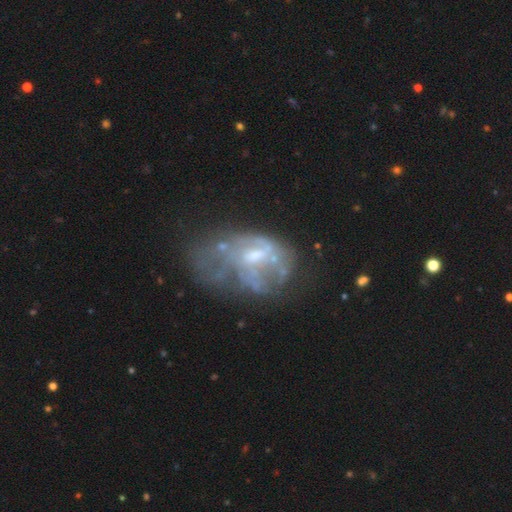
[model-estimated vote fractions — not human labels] featured or disk 69%, smooth 19%, star or artifact 11%. Down the decision tree: edge-on disk — no (97%); bar — no (53%); spiral arms — no (63%); bulge size — moderate (38%, tied with small); merging — major disturbance (39%).